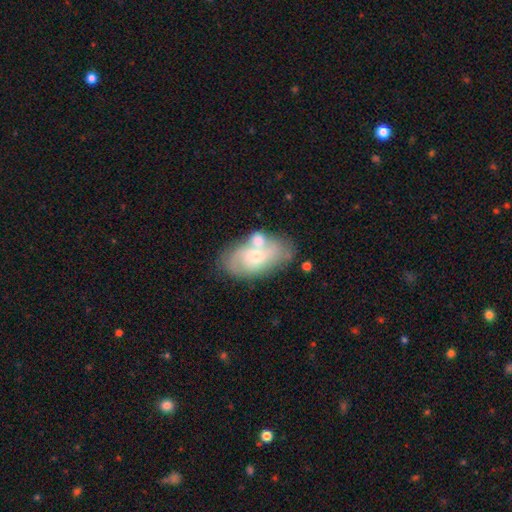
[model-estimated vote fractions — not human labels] Smooth or featured? Predicted: featured or disk (p=0.55). Edge-on disk? Predicted: no (p=0.93). Bar? Predicted: no (p=0.65). Spiral arms? Predicted: yes (p=0.65). Bulge size? Predicted: moderate (p=0.46, tied with small). Merging? Predicted: none (p=0.46).